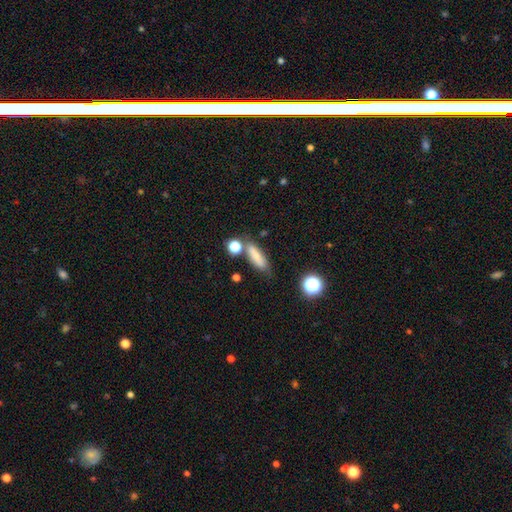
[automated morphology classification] type=smooth (73%); roundness=in between (50%); merging=none (65%).